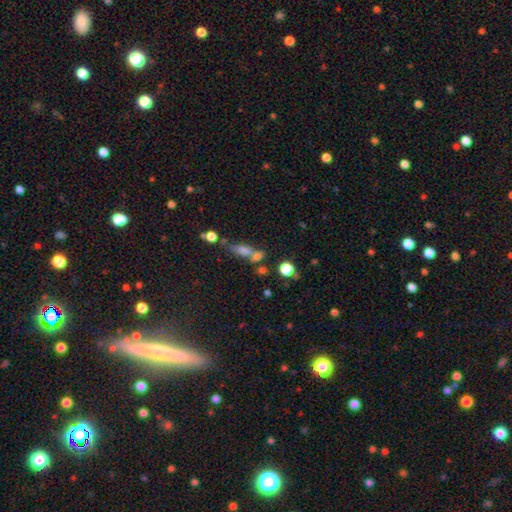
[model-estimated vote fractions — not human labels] Morphology: type=smooth (48%); merging=none (45%).